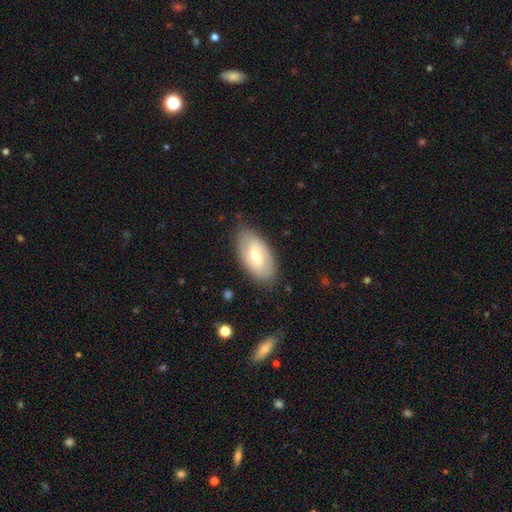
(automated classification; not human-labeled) This is possibly a smooth galaxy (51%). How rounded: clearly in between (93%). Merging: clearly none (82%).